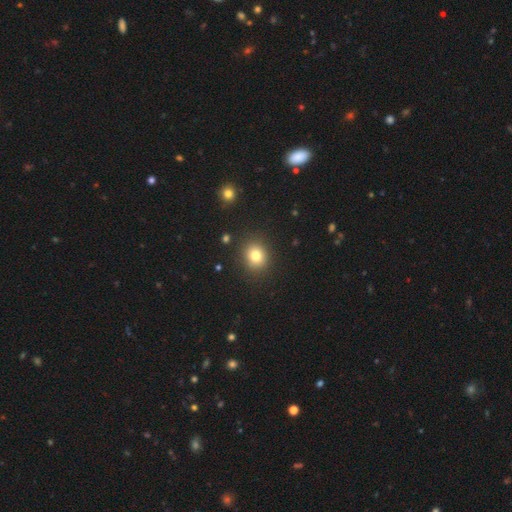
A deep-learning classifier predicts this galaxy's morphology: type=smooth (79%); roundness=round (72%); merging=none (88%).